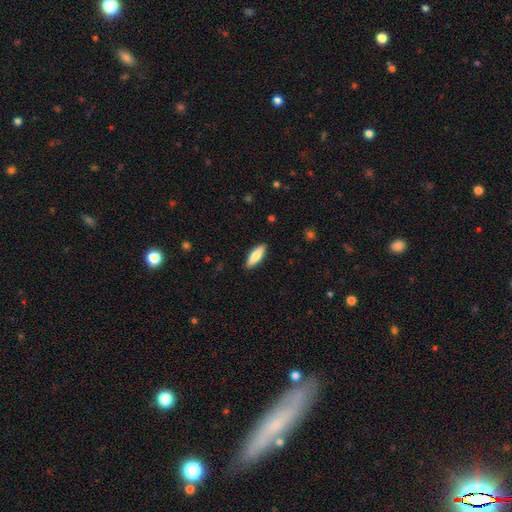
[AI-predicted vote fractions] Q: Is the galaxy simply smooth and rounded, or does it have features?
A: smooth — 81%.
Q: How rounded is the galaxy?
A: in between — 57%.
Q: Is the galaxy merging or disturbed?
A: none — 89%.